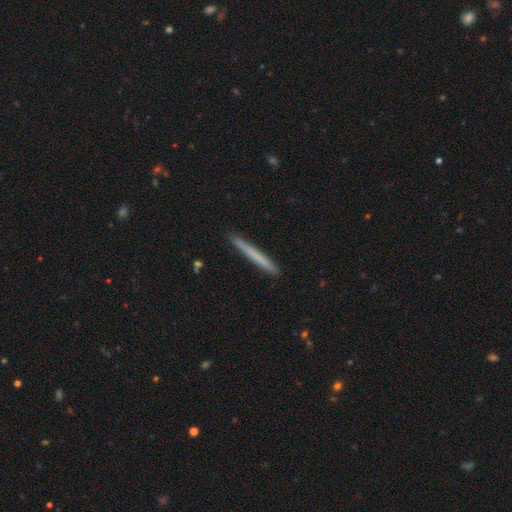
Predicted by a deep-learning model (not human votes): Overall: smooth (66%; featured or disk 28%). How rounded: cigar-shaped (97%). Merging: none (91%).